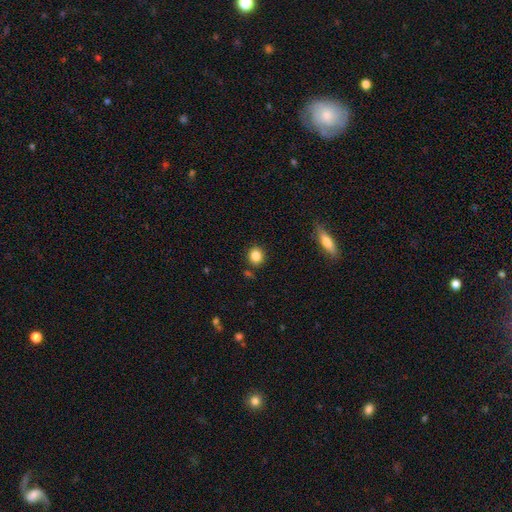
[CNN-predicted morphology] Smooth or featured: smooth — 85% (star or artifact — 10%)
How rounded: round — 75% (in between — 24%)
Merging: none — 85% (minor disturbance — 9%)